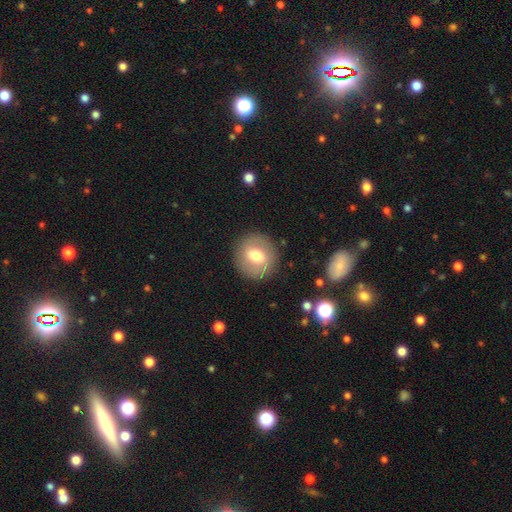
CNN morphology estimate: Smooth or featured?
  - smooth: 57% *
  - featured or disk: 34%
  - star or artifact: 8%
How rounded?
  - round: 87% *
  - in between: 12%
  - cigar-shaped: 1%
Merging?
  - none: 87% *
  - minor disturbance: 8%
  - major disturbance: 4%
  - merger: 1%